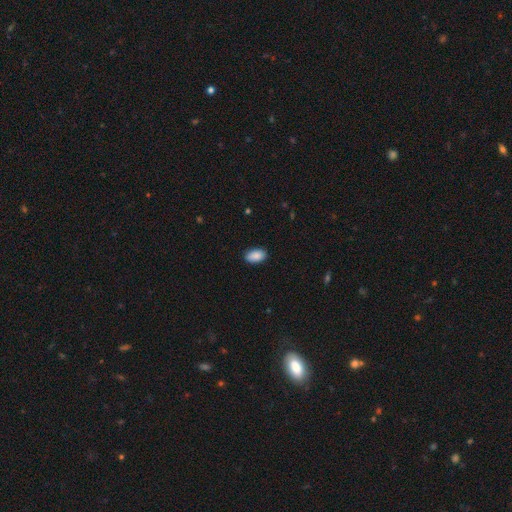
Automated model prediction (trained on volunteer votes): A smooth galaxy with no disk features (89%) that is in between round and cigar-shaped (94%).

Vote fractions:
- Smooth or featured? smooth: 89% / star or artifact: 7% / featured or disk: 4%
- How rounded? in between: 94% / round: 4% / cigar-shaped: 2%
- Merging? none: 87% / minor disturbance: 10% / major disturbance: 2% / merger: 1%